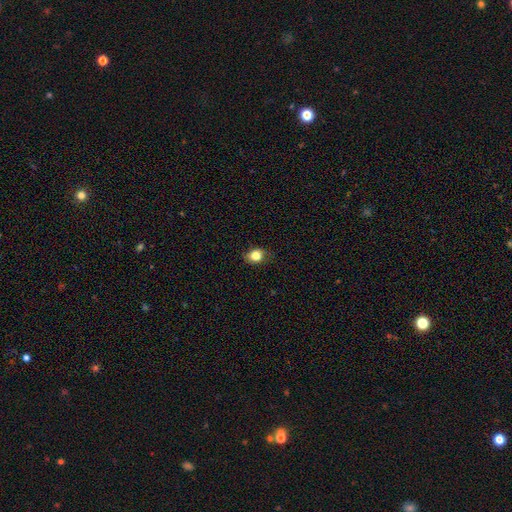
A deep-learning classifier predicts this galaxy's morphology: Smooth or featured: smooth — 82% (star or artifact — 11%)
How rounded: round — 57% (in between — 41%)
Merging: none — 80% (minor disturbance — 16%)